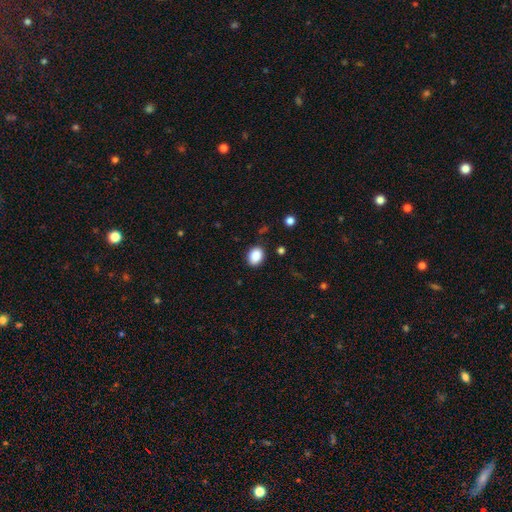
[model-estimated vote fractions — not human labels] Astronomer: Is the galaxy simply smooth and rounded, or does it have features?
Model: smooth — 87%.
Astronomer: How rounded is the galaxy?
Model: in between — 59% (runner-up: round, 40%).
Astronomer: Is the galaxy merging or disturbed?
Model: none — 87%.